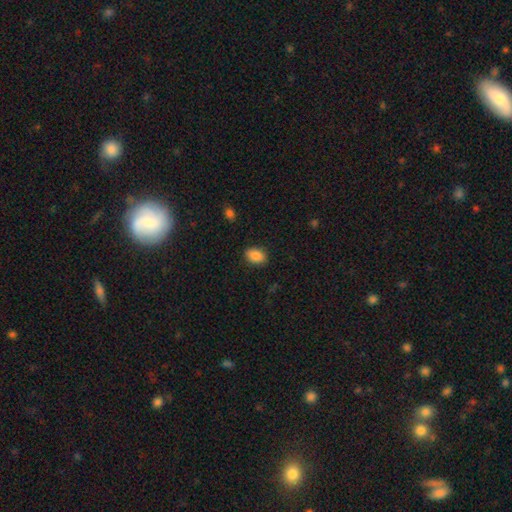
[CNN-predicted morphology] Smooth or featured?
  - smooth: 88% *
  - star or artifact: 8%
  - featured or disk: 4%
How rounded?
  - in between: 79% *
  - round: 20%
  - cigar-shaped: 1%
Merging?
  - none: 87% *
  - minor disturbance: 10%
  - major disturbance: 3%
  - merger: 1%